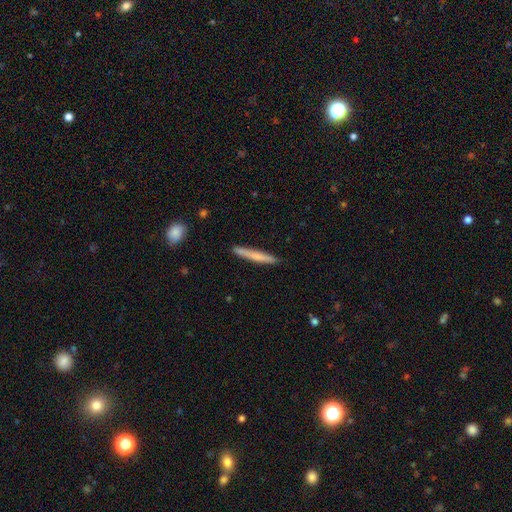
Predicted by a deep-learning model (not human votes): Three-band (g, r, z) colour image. It shows a smooth galaxy with no disk features (64%) that is cigar-shaped (96%). Merging: none (88%).